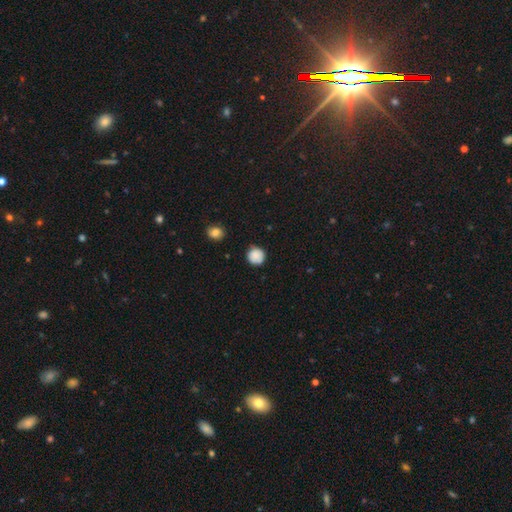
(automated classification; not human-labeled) Q: Smooth or featured?
A: smooth (86%); runner-up: star or artifact (9%)
Q: How rounded?
A: round (93%); runner-up: in between (6%)
Q: Merging?
A: none (81%); runner-up: minor disturbance (14%)